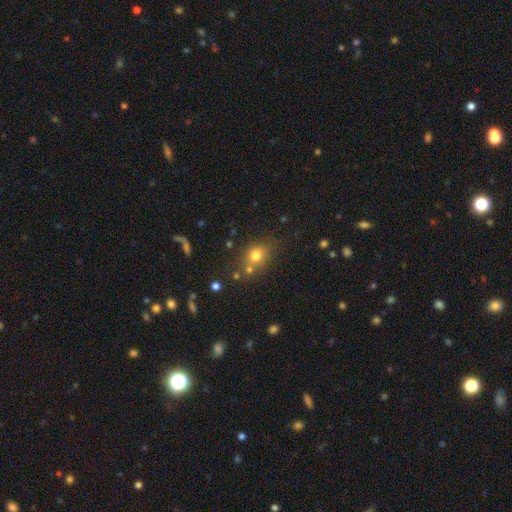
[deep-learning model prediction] Smooth or featured: smooth — 74% (star or artifact — 15%)
How rounded: round — 61% (in between — 38%)
Merging: none — 65% (merger — 16%)